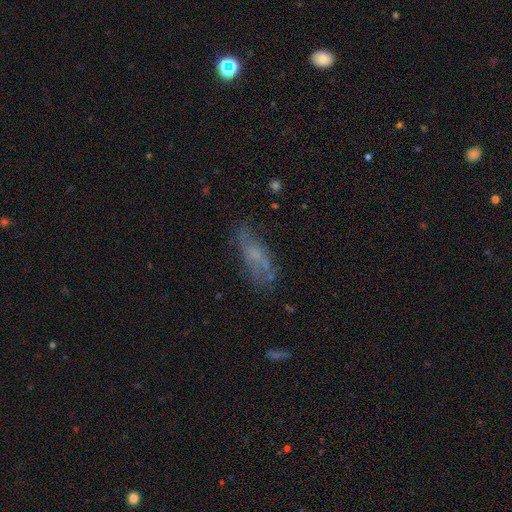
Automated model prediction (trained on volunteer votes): smooth_or_featured: smooth (p=0.48) [alt: featured or disk p=0.39]
merging: none (p=0.55) [alt: minor disturbance p=0.24]